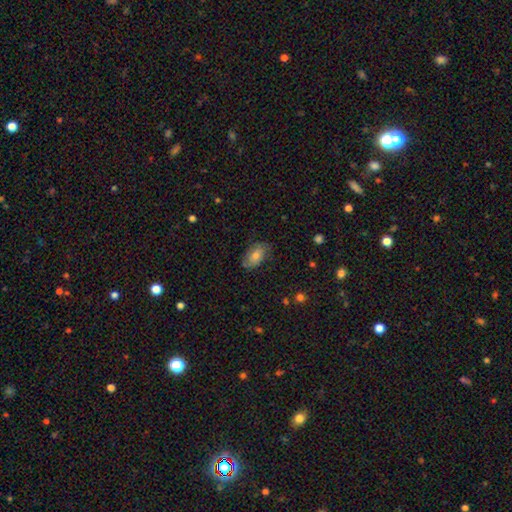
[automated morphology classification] This appears to be a smooth galaxy with no disk features (64%) that is in between round and cigar-shaped (91%). Merging: none (76%).